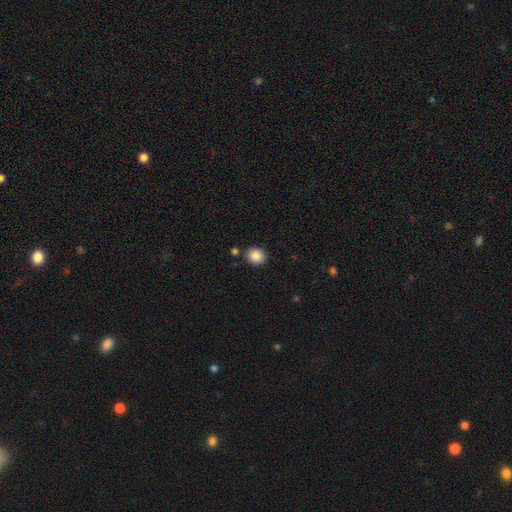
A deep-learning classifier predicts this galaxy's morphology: smooth 88%, star or artifact 9%, featured or disk 4%. Down the decision tree: how rounded — round (78%); merging — none (85%).